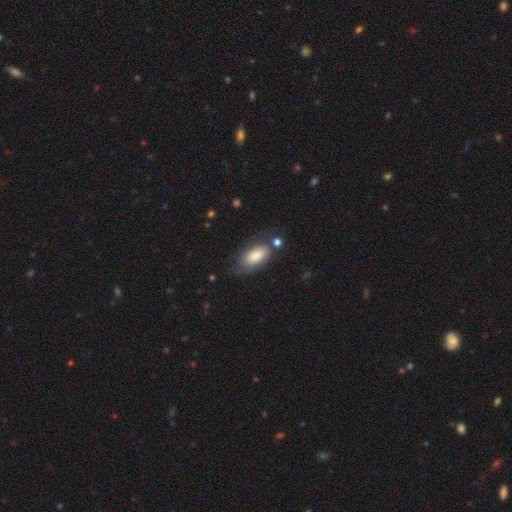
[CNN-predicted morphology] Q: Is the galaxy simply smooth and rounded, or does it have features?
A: smooth — 81%.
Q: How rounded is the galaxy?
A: in between — 91%.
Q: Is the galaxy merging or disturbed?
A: none — 61%.